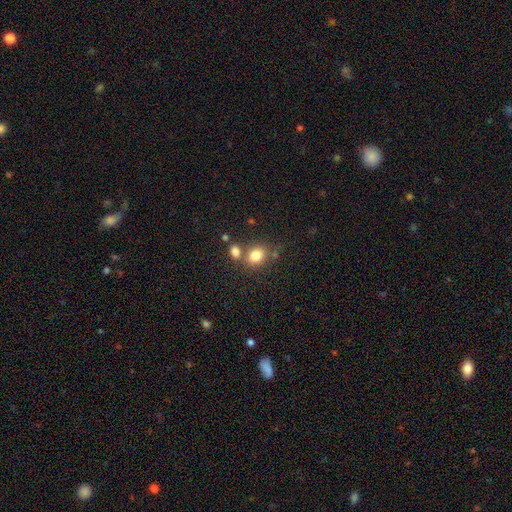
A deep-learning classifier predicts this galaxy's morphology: Smooth or featured?
  - smooth: 80% *
  - star or artifact: 11%
  - featured or disk: 9%
How rounded?
  - round: 51% *
  - in between: 48%
  - cigar-shaped: 1%
Merging?
  - none: 56% *
  - merger: 28%
  - minor disturbance: 12%
  - major disturbance: 4%